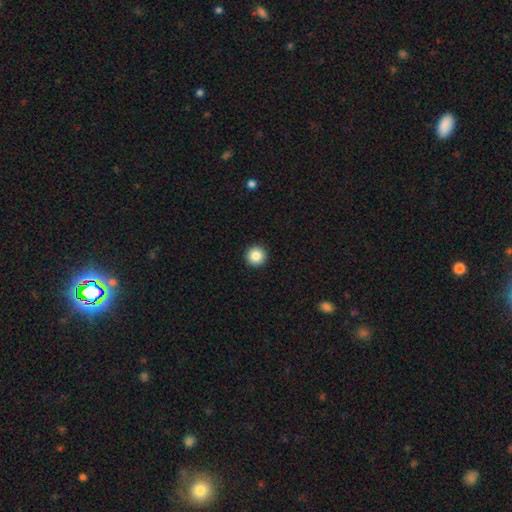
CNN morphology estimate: This is clearly a smooth galaxy (85%). How rounded: clearly round (96%). Merging: clearly none (94%).